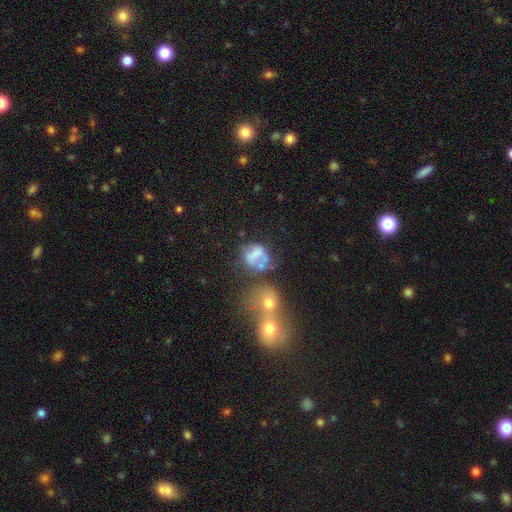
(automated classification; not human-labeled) The model was most divided on "merging": none: 31%, merger: 29%, major disturbance: 22%, minor disturbance: 18%. More confident: how rounded — round (52%); smooth or featured — smooth (50%).